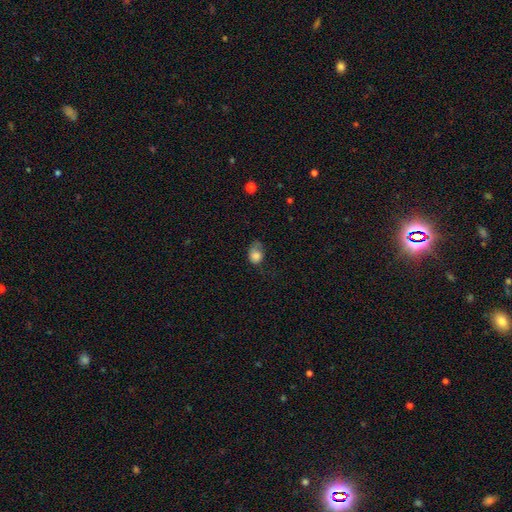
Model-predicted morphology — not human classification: A smooth galaxy with no disk features (80%) that is in between round and cigar-shaped (57%). Merging: minor disturbance (39%).